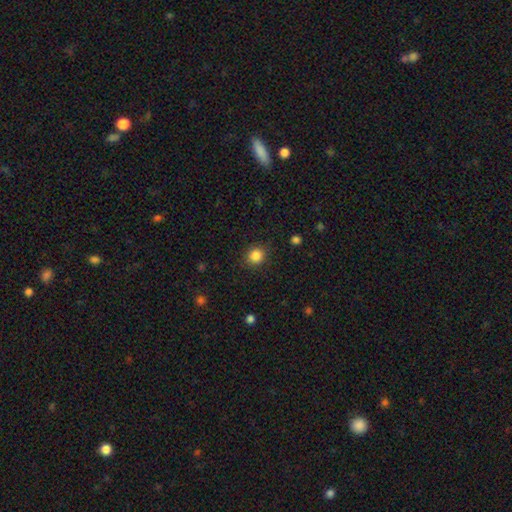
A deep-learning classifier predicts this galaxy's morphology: A smooth galaxy with no disk features (85%) that is round (85%). Merging: none (88%).